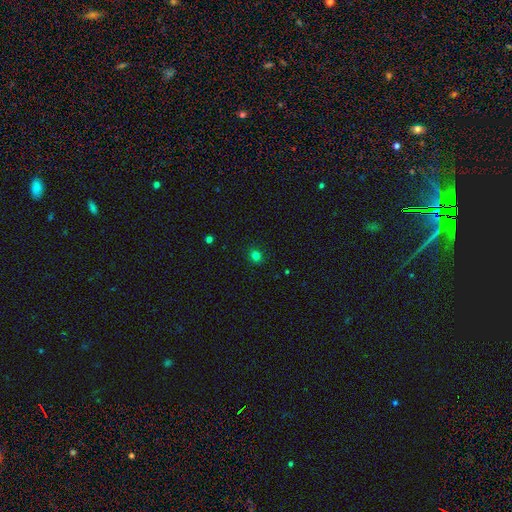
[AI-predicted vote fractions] The model was most divided on "smooth or featured": smooth: 78%, star or artifact: 17%, featured or disk: 5%. More confident: merging — none (90%); how rounded — round (81%).